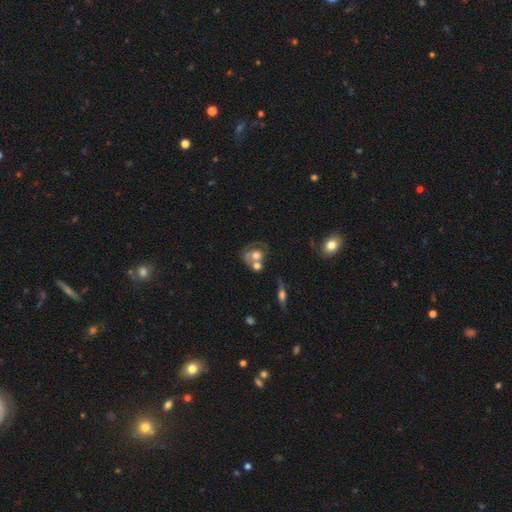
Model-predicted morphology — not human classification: Q: Smooth or featured?
A: featured or disk (57%); runner-up: smooth (33%)
Q: Edge-on disk?
A: no (94%); runner-up: yes (6%)
Q: Bar?
A: no (84%); runner-up: weak (13%)
Q: Spiral arms?
A: no (58%); runner-up: yes (42%)
Q: Bulge size?
A: moderate (46%); runner-up: large (35%)
Q: Merging?
A: merger (41%); runner-up: none (31%)